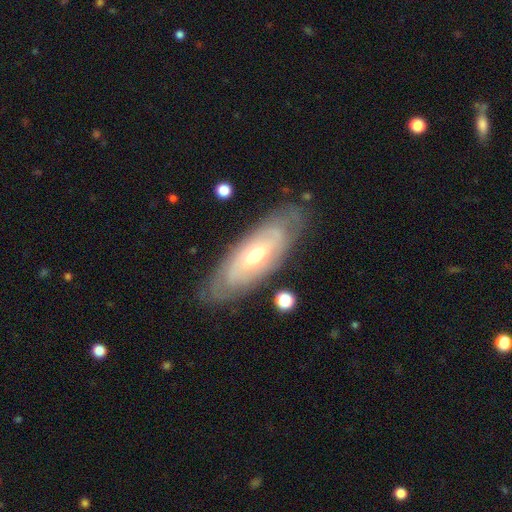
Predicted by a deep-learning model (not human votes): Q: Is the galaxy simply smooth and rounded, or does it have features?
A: featured or disk — 72%.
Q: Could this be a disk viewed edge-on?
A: no — 82%.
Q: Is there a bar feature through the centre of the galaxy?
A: no — 68%.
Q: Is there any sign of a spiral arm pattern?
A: yes — 68%.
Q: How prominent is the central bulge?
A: moderate — 67%.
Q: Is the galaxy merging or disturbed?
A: none — 80%.